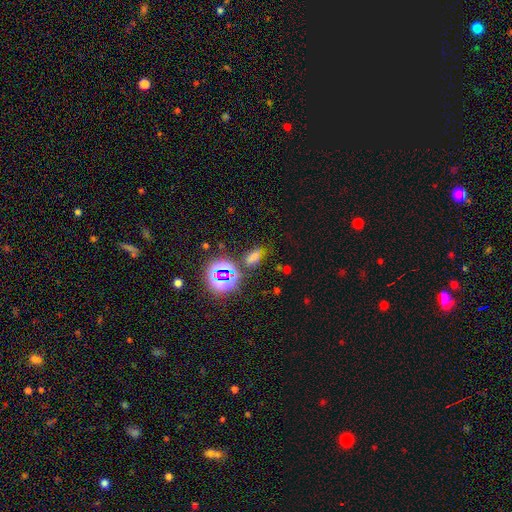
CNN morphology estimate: Smooth or featured?
  - smooth: 53% *
  - star or artifact: 38%
  - featured or disk: 9%
How rounded?
  - in between: 71% *
  - round: 15%
  - cigar-shaped: 14%
Merging?
  - none: 64% *
  - minor disturbance: 18%
  - merger: 9%
  - major disturbance: 9%